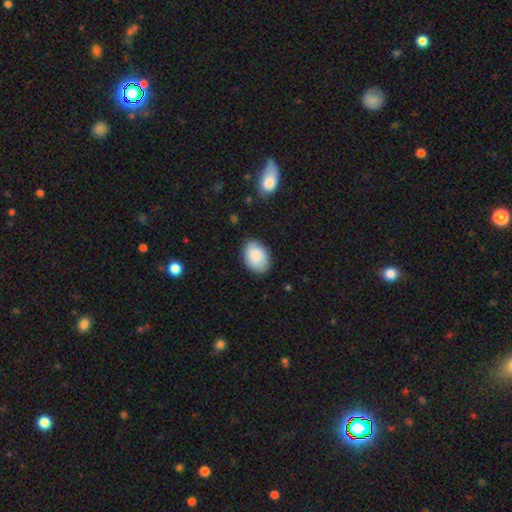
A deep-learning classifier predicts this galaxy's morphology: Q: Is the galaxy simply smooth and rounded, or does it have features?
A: smooth — 80%.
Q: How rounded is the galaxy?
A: in between — 83%.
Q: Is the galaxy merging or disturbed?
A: none — 81%.